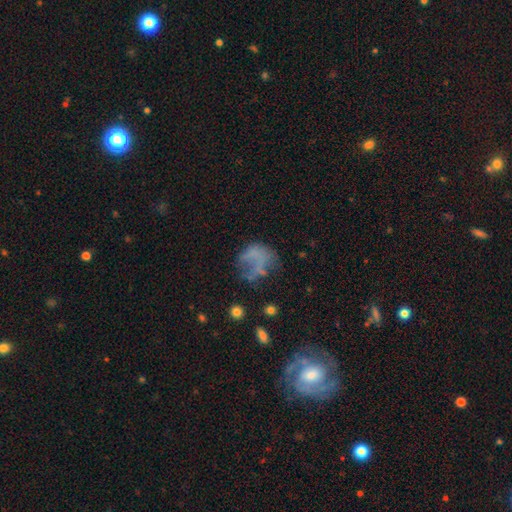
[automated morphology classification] A smooth galaxy with no disk features (45%). Merging: major disturbance (38%).